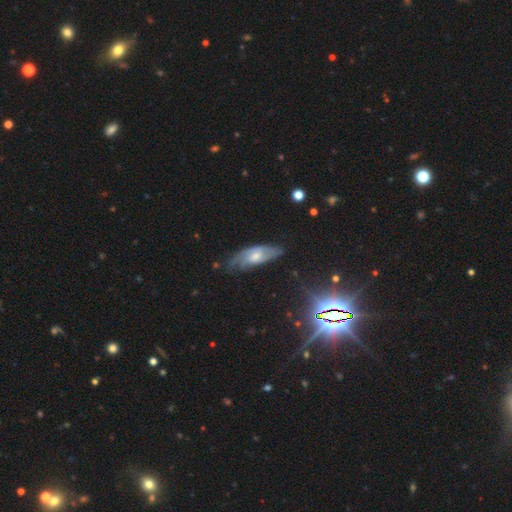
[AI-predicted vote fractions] Smooth or featured?
  - featured or disk: 65% *
  - smooth: 27%
  - star or artifact: 8%
Edge-on disk?
  - no: 82% *
  - yes: 18%
Bar?
  - no: 59% *
  - weak: 36%
  - strong: 5%
Spiral arms?
  - yes: 87% *
  - no: 13%
Bulge size?
  - moderate: 53% *
  - small: 35%
  - large: 6%
  - none: 5%
  - dominant: 1%
Merging?
  - none: 62% *
  - minor disturbance: 27%
  - major disturbance: 10%
  - merger: 2%